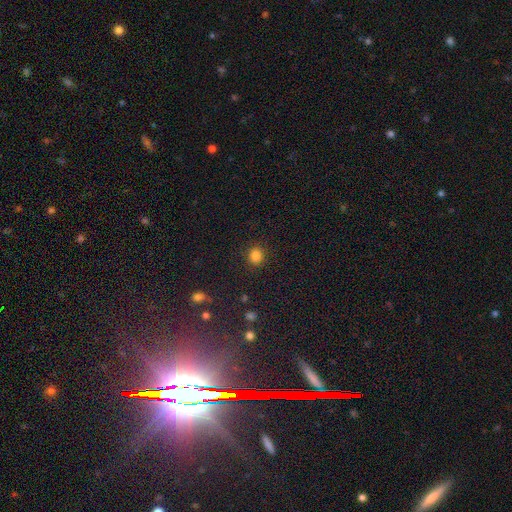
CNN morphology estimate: A smooth galaxy with no disk features (83%) that is round (81%). Merging: none (89%).